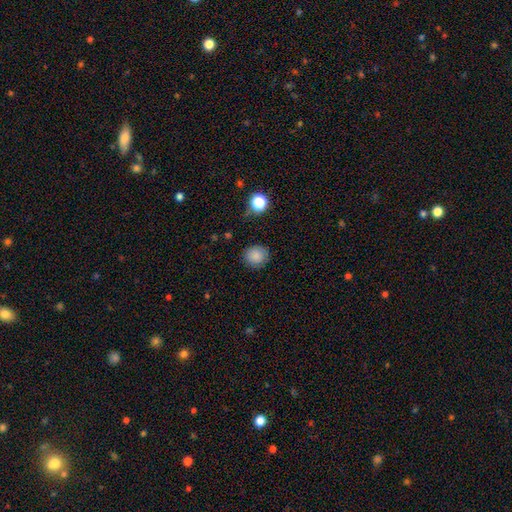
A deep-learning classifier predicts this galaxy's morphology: A smooth galaxy with no disk features (85%) that is round (85%). Merging: none (84%).